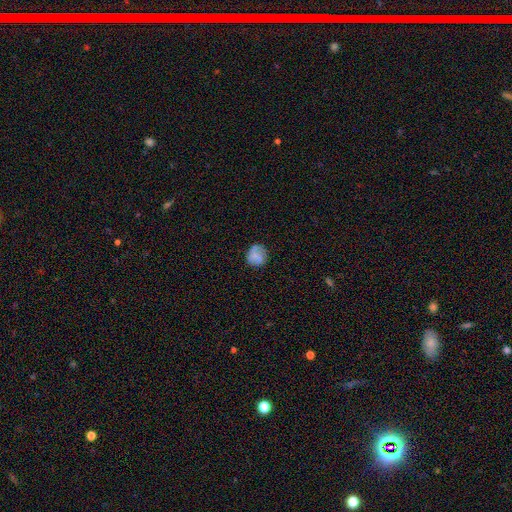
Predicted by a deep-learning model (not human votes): smooth-or-featured: smooth: 64% | featured or disk: 26% | star or artifact: 9%
  how-rounded: round: 82% | in between: 17% | cigar-shaped: 1%
  merging: none: 67% | minor disturbance: 22% | major disturbance: 9% | merger: 3%